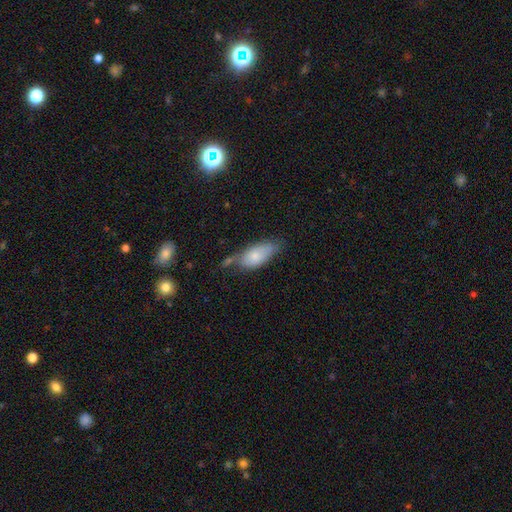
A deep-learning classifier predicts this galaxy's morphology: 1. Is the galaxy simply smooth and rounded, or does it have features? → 75% smooth, 17% featured or disk, 7% star or artifact.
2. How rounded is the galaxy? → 85% in between, 12% cigar-shaped, 3% round.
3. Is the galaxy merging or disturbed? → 46% none, 30% minor disturbance, 14% merger, 10% major disturbance.